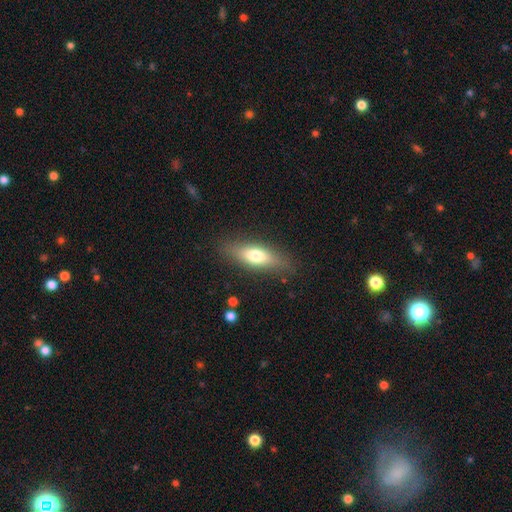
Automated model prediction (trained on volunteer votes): smooth-or-featured: smooth: 66% | featured or disk: 27% | star or artifact: 7%
  how-rounded: in between: 55% | cigar-shaped: 41% | round: 3%
  merging: none: 83% | minor disturbance: 12% | major disturbance: 4% | merger: 1%